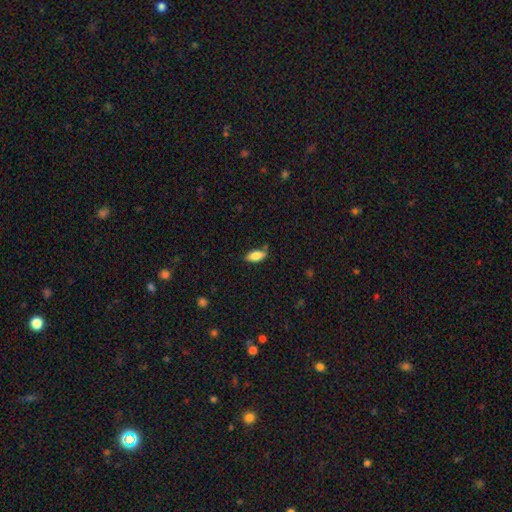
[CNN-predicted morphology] smooth_or_featured: smooth (p=0.81) [alt: featured or disk p=0.12]
how_rounded: in between (p=0.85) [alt: cigar-shaped p=0.13]
merging: none (p=0.76) [alt: minor disturbance p=0.17]